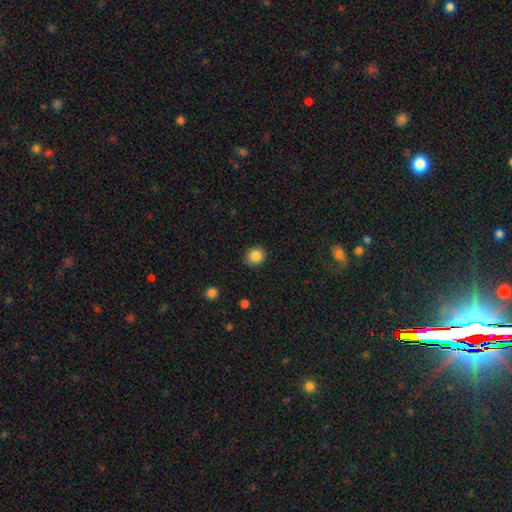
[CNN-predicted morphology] smooth 86%, star or artifact 10%, featured or disk 4%. Down the decision tree: how rounded — round (79%); merging — none (88%).